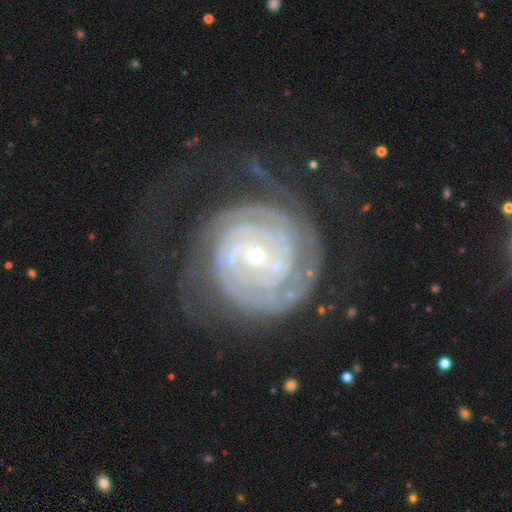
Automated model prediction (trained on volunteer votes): Smooth or featured? Predicted: featured or disk (p=0.89). Edge-on disk? Predicted: no (p=0.97). Bar? Predicted: no (p=0.45). Spiral arms? Predicted: yes (p=0.98). Spiral winding? Predicted: tight (p=0.86). Spiral arm count? Predicted: 2 (p=0.29). Bulge size? Predicted: small (p=0.61). Merging? Predicted: none (p=0.68).